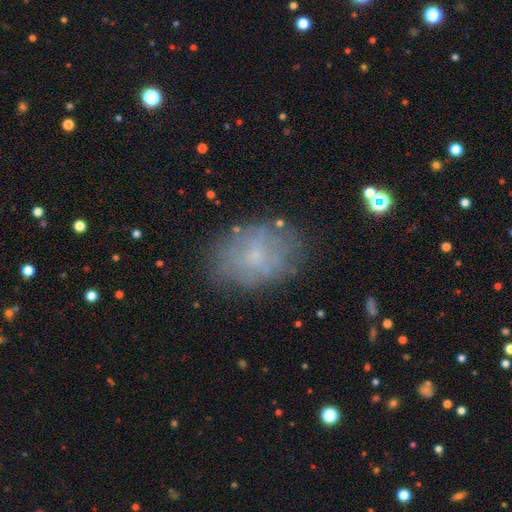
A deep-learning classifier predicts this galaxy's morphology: smooth 49%, featured or disk 39%, star or artifact 12%. Down the decision tree: merging — none (73%).